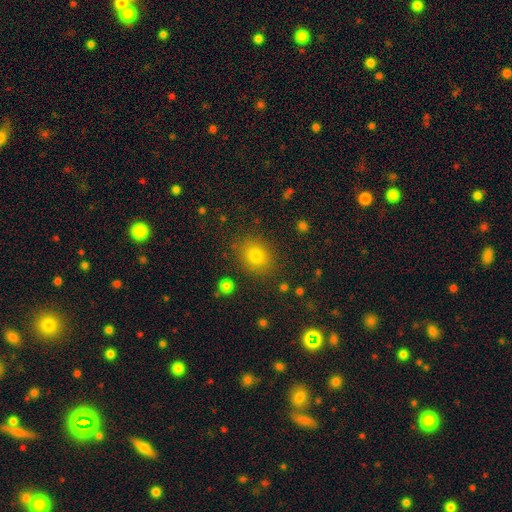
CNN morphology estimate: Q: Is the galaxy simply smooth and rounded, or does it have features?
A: smooth — 78%.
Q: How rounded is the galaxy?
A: round — 59%.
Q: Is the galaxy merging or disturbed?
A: none — 85%.